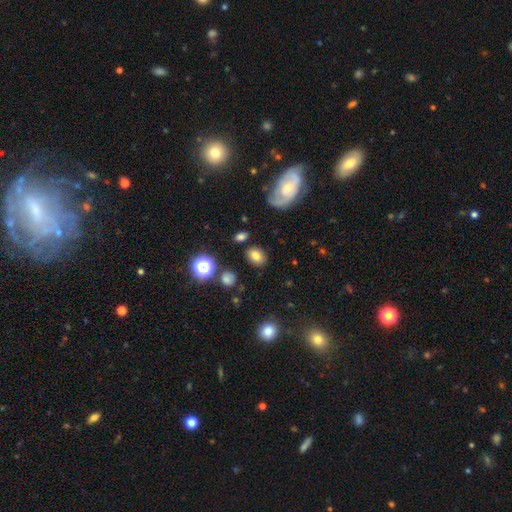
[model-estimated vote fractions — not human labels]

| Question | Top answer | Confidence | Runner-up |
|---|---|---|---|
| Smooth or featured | smooth | 77% | star or artifact (13%) |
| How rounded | in between | 66% | round (32%) |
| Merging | none | 82% | minor disturbance (11%) |